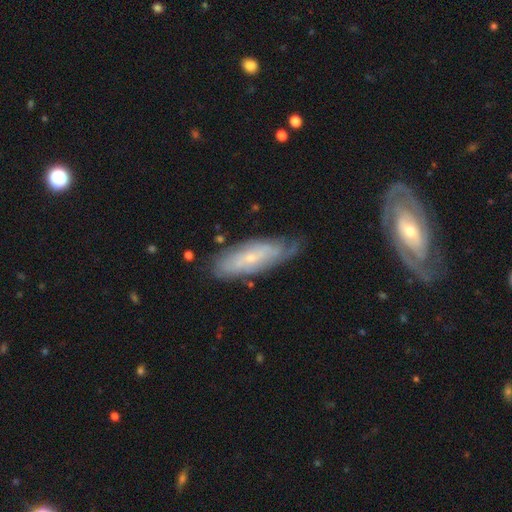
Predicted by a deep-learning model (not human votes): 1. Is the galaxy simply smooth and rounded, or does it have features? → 60% featured or disk, 32% smooth, 8% star or artifact.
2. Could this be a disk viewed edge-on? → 76% no, 24% yes.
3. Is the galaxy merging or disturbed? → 71% none, 21% minor disturbance, 5% major disturbance, 3% merger.